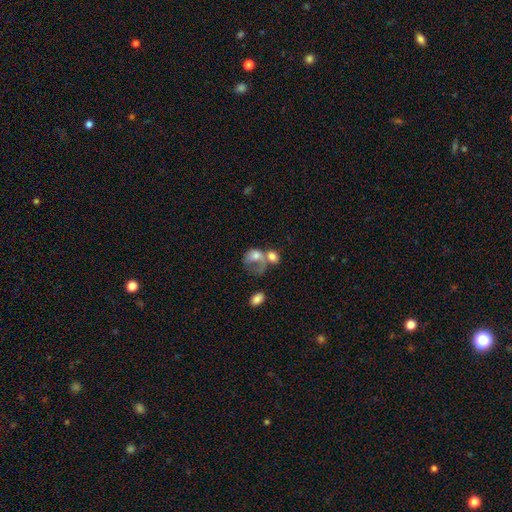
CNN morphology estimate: A smooth galaxy with no disk features (62%) that is in between round and cigar-shaped (61%). Merging: merger (53%).